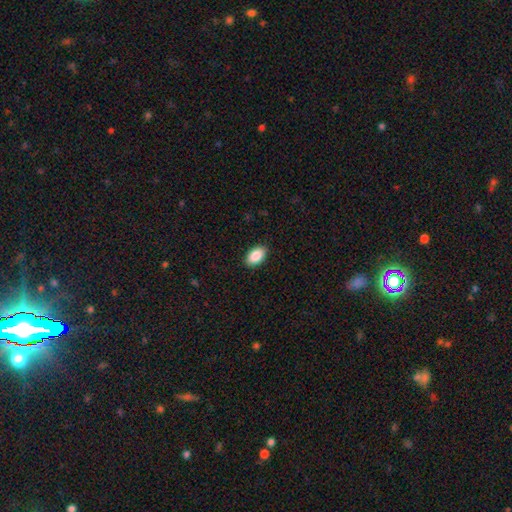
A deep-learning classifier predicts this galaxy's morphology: This appears to be a smooth galaxy with no disk features (89%) that is in between round and cigar-shaped (94%). Merging: none (90%).